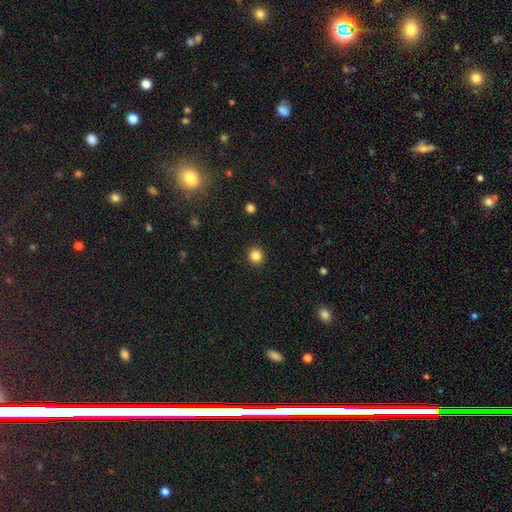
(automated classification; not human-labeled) A smooth galaxy with no disk features (85%) that is round (89%).

Vote fractions:
- Smooth or featured? smooth: 85% / star or artifact: 11% / featured or disk: 4%
- How rounded? round: 89% / in between: 10% / cigar-shaped: 1%
- Merging? none: 92% / minor disturbance: 5% / major disturbance: 2% / merger: 1%